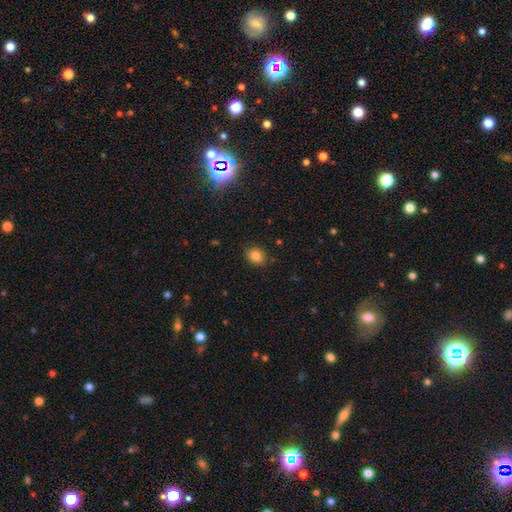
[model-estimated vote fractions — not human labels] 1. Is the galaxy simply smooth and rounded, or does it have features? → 84% smooth, 11% star or artifact, 5% featured or disk.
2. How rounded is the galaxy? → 61% round, 38% in between, 1% cigar-shaped.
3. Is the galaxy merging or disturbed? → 86% none, 11% minor disturbance, 3% major disturbance, 1% merger.